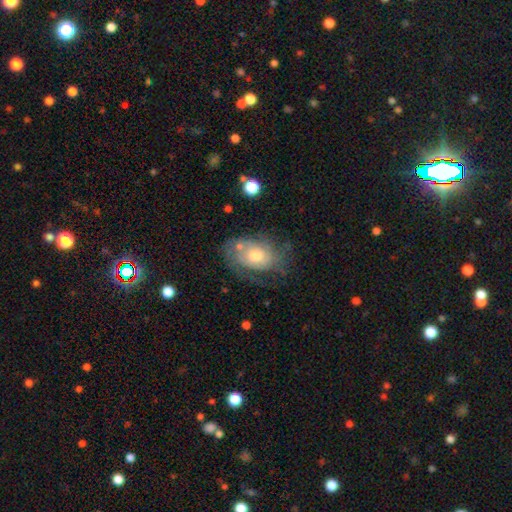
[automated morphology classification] The model was most divided on "smooth or featured": featured or disk: 59%, smooth: 33%, star or artifact: 8%. More confident: edge-on disk — no (95%); bar — no (82%); spiral arms — yes (69%); bulge size — moderate (62%); merging — none (53%).